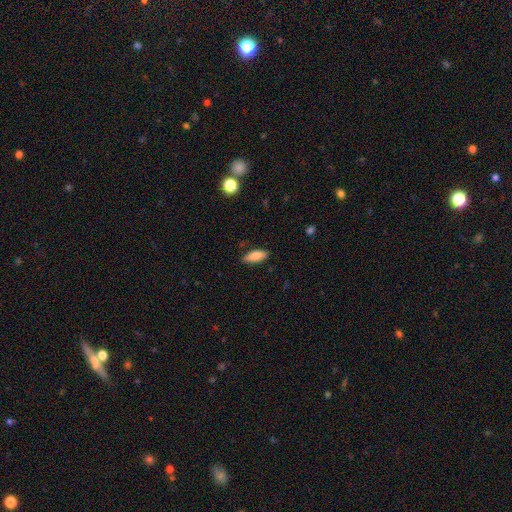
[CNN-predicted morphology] Smooth or featured? Predicted: smooth (p=0.85). How rounded? Predicted: in between (p=0.75). Merging? Predicted: none (p=0.85).